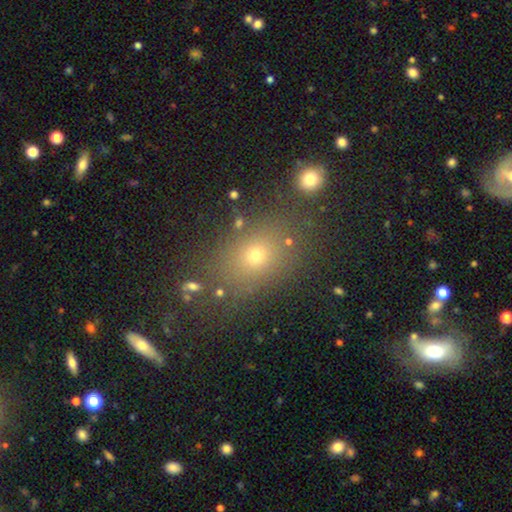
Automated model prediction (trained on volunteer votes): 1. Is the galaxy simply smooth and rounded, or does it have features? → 66% smooth, 21% star or artifact, 13% featured or disk.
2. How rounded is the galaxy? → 61% in between, 37% round, 2% cigar-shaped.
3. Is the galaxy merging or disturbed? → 77% none, 12% minor disturbance, 6% major disturbance, 6% merger.